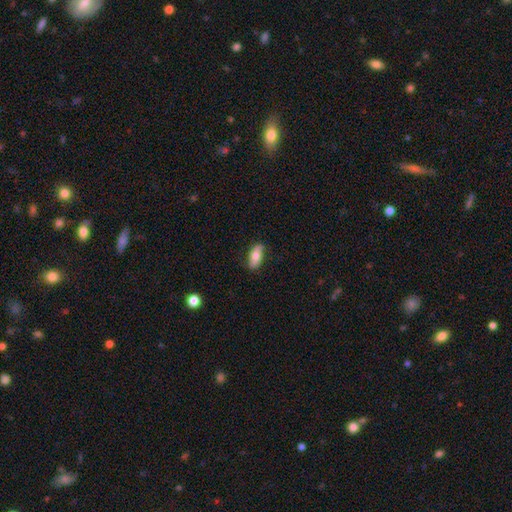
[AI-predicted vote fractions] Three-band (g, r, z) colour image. It shows a smooth galaxy with no disk features (70%) that is in between round and cigar-shaped (79%). Merging: none (82%).